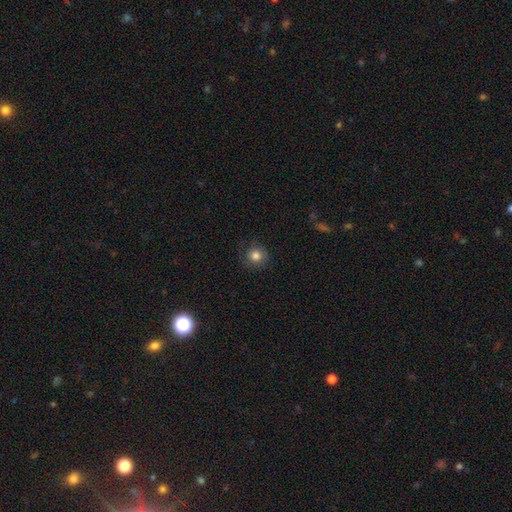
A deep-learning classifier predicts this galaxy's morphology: A smooth galaxy with no disk features (79%) that is round (89%). Merging: none (75%).